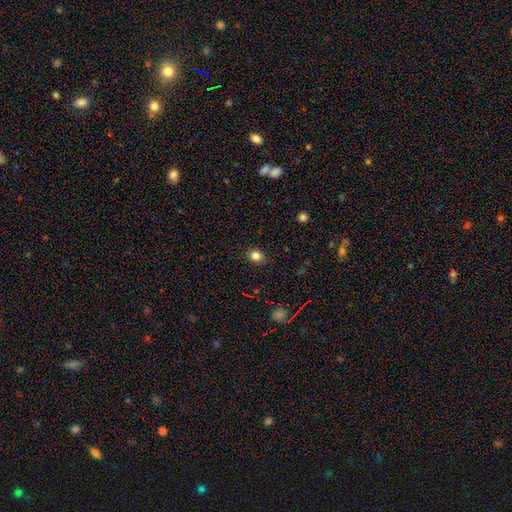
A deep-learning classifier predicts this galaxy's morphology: Overall: smooth (82%). How rounded: round (62%; in between 37%). Merging: none (87%).